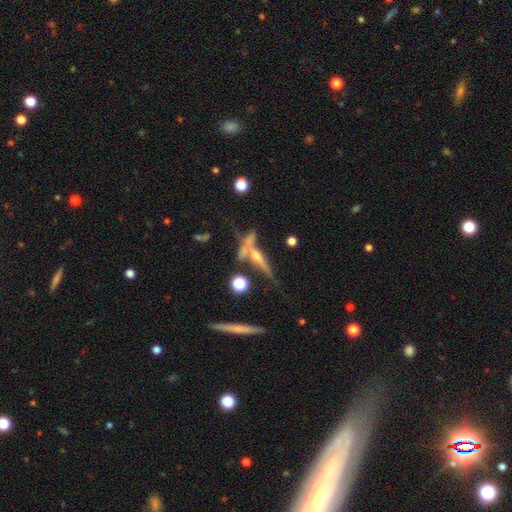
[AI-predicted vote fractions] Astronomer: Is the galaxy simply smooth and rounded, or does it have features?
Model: featured or disk — 66%.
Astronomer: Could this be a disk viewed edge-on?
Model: yes — 88%.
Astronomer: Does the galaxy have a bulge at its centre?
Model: rounded — 71%.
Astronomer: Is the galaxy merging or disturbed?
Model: none — 50% (runner-up: merger, 26%).